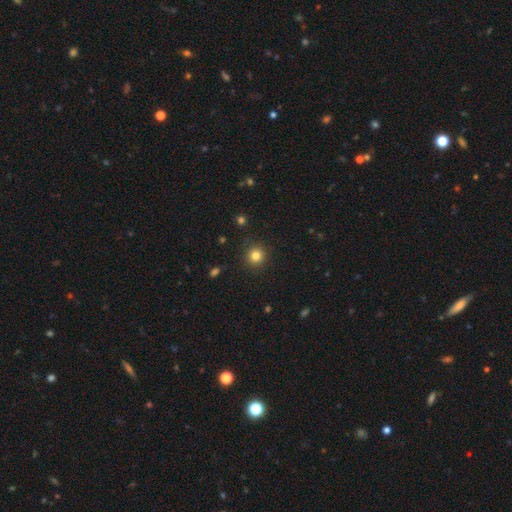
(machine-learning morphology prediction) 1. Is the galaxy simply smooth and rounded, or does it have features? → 82% smooth, 12% star or artifact, 5% featured or disk.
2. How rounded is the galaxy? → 93% round, 6% in between, 1% cigar-shaped.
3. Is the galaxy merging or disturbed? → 90% none, 6% minor disturbance, 2% major disturbance, 1% merger.